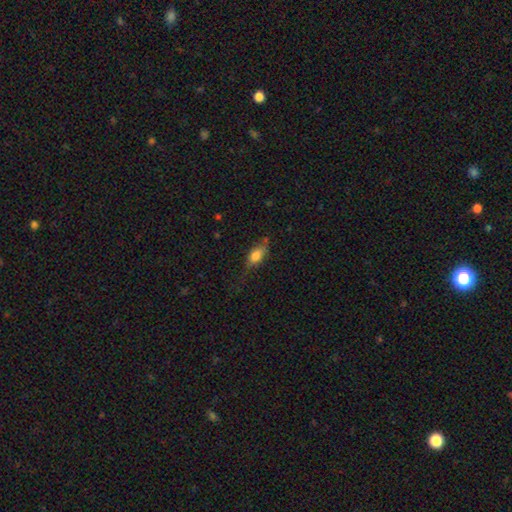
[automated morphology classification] type=smooth (76%); roundness=in between (83%); merging=none (52%).